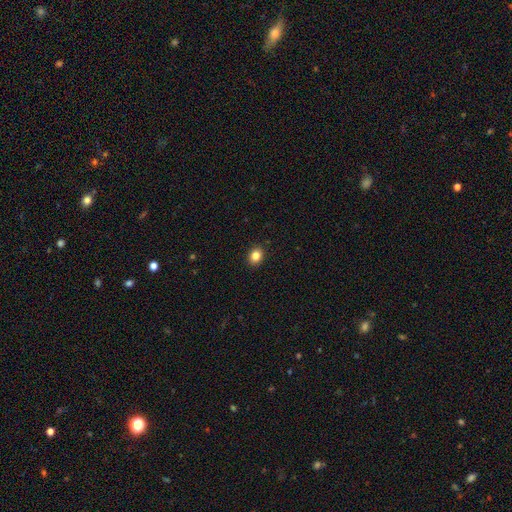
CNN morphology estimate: Q: Smooth or featured?
A: smooth (84%); runner-up: star or artifact (11%)
Q: How rounded?
A: round (56%); runner-up: in between (43%)
Q: Merging?
A: none (92%); runner-up: minor disturbance (6%)